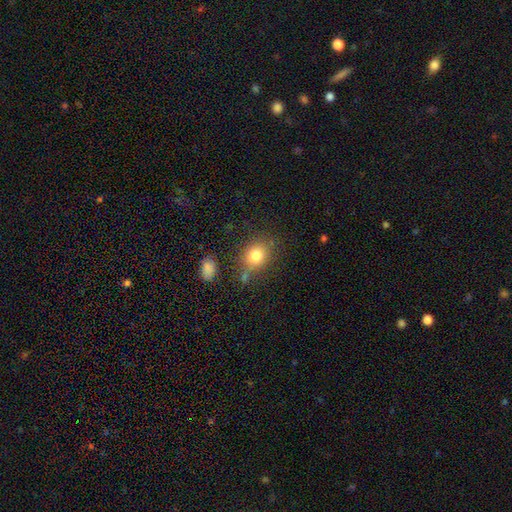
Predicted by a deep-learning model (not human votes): Overall: smooth (81%). How rounded: round (50%; in between 48%). Merging: none (68%).